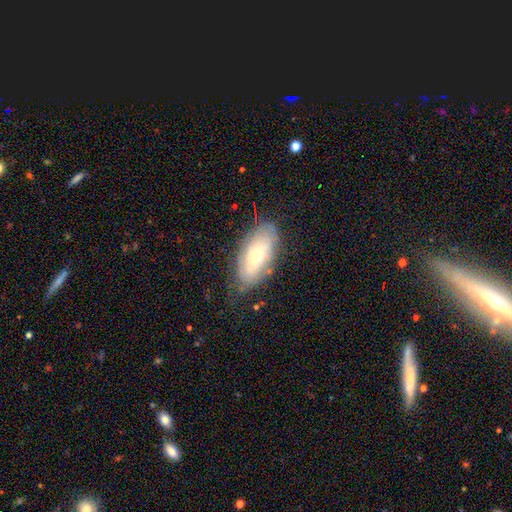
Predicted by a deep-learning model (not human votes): Q: Smooth or featured?
A: featured or disk (47%); runner-up: smooth (45%)
Q: Merging?
A: none (69%); runner-up: minor disturbance (22%)